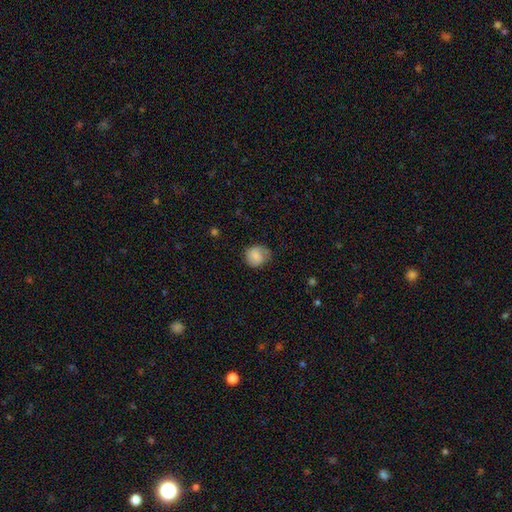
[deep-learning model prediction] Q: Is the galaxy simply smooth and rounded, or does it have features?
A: smooth — 73%.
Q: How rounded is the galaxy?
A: round — 73%.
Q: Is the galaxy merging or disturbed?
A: none — 59%.